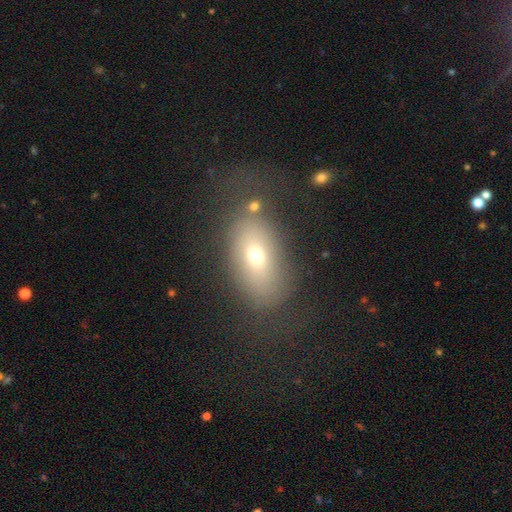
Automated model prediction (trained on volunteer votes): Q: Smooth or featured?
A: smooth (62%); runner-up: featured or disk (25%)
Q: How rounded?
A: in between (83%); runner-up: round (13%)
Q: Merging?
A: none (57%); runner-up: major disturbance (20%)